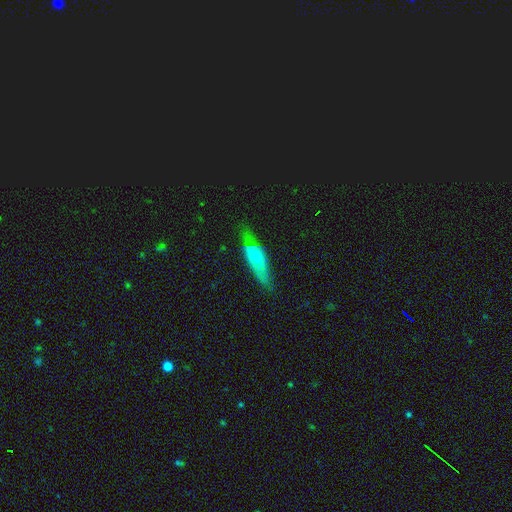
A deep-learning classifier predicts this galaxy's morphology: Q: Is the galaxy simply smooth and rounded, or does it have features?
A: featured or disk — 48%.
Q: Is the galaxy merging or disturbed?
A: none — 63%.